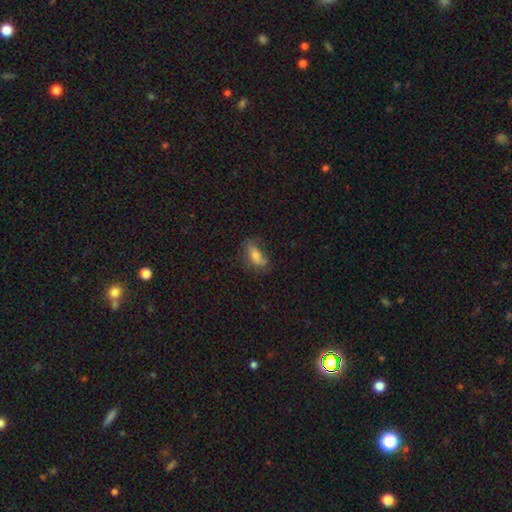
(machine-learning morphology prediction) This is likely a smooth galaxy (66%). How rounded: likely in between (76%). Merging: likely none (65%).